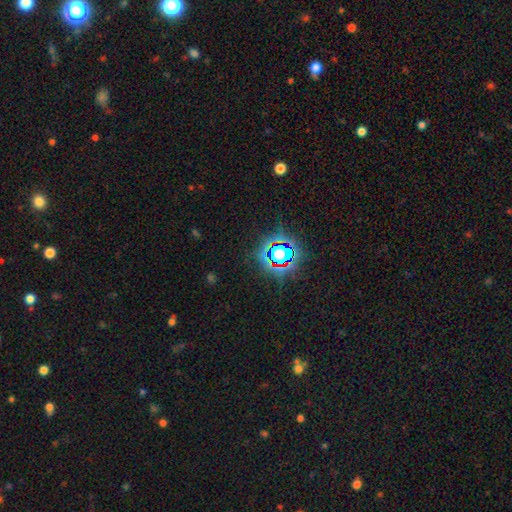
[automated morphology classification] star or artifact 81%, smooth 12%, featured or disk 7%.